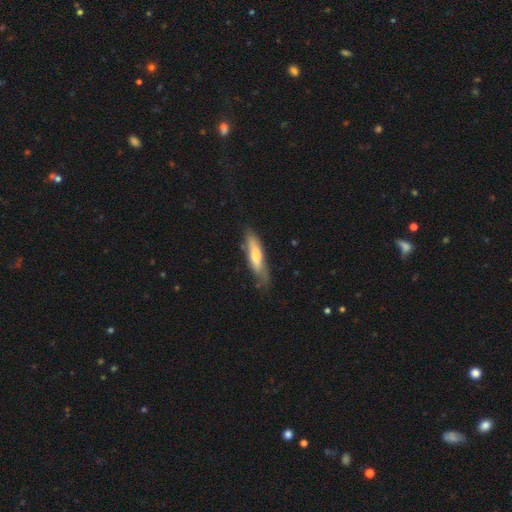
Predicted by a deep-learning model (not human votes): smooth-or-featured: smooth: 64% | featured or disk: 30% | star or artifact: 6%
  how-rounded: cigar-shaped: 72% | in between: 27% | round: 1%
  merging: none: 65% | minor disturbance: 26% | major disturbance: 7% | merger: 3%